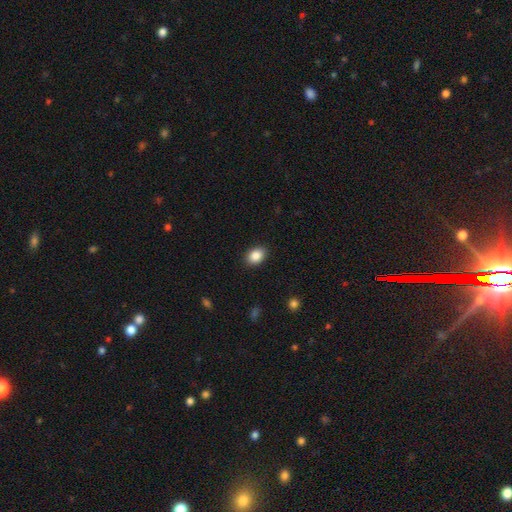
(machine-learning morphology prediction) The model was most divided on "how rounded": in between: 75%, round: 24%, cigar-shaped: 1%. More confident: merging — none (89%); smooth or featured — smooth (87%).